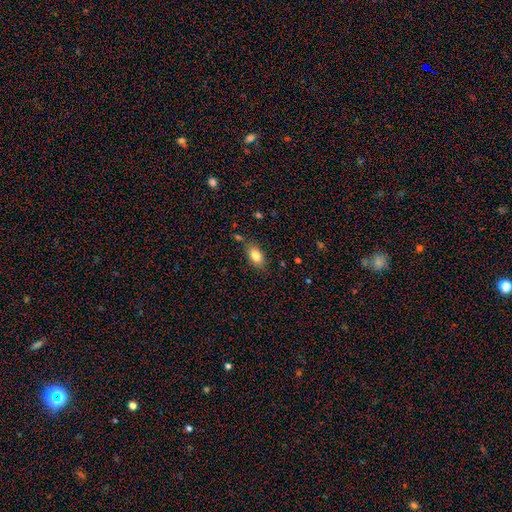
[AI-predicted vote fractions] Morphology: type=smooth (81%); roundness=in between (87%); merging=none (77%).